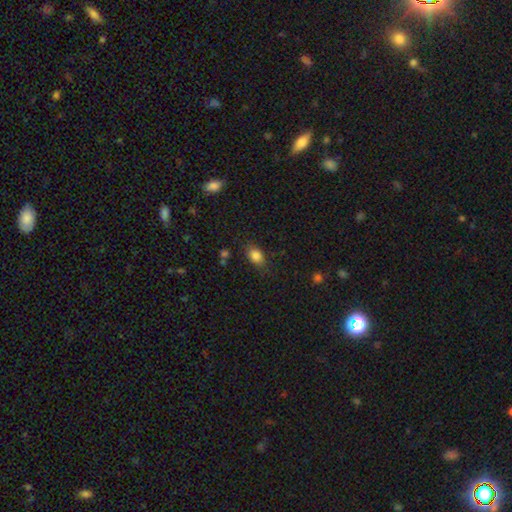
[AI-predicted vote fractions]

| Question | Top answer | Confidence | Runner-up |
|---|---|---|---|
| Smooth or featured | smooth | 84% | star or artifact (10%) |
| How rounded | in between | 74% | round (24%) |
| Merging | none | 78% | minor disturbance (15%) |